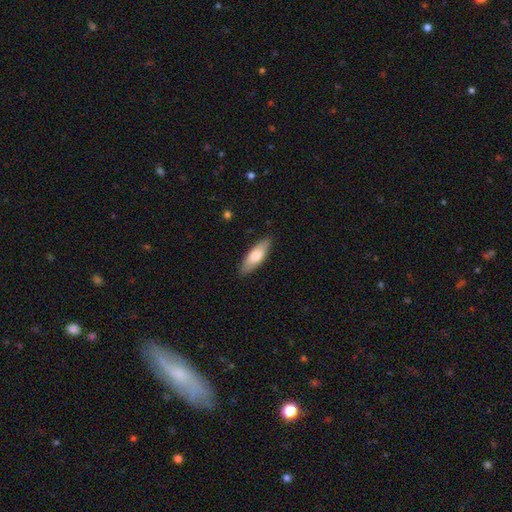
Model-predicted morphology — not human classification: Smooth or featured? Predicted: smooth (p=0.75). How rounded? Predicted: in between (p=0.61). Merging? Predicted: none (p=0.87).